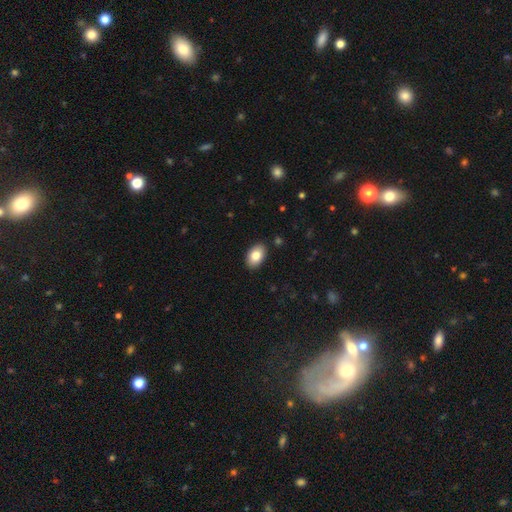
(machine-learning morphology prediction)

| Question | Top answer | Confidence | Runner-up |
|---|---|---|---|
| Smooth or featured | smooth | 83% | featured or disk (10%) |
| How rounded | in between | 91% | round (8%) |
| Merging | none | 89% | minor disturbance (8%) |